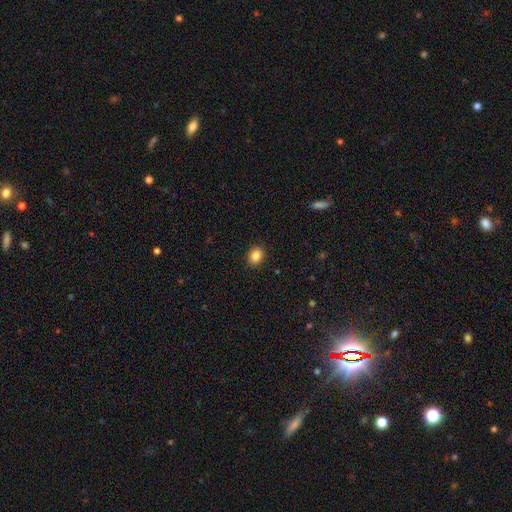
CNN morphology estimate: This appears to be a smooth galaxy with no disk features (86%) that is in between round and cigar-shaped (59%). Merging: none (90%).